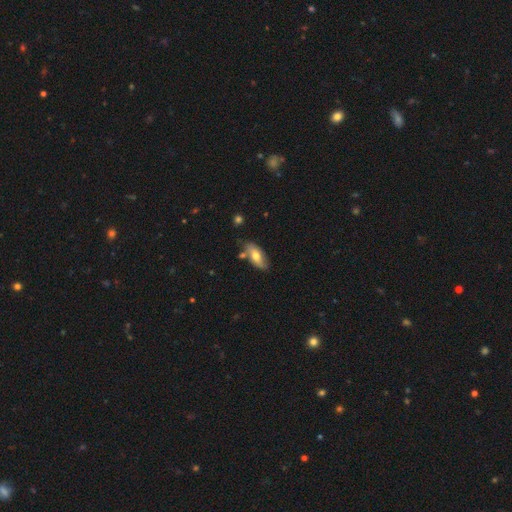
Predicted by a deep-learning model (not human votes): smooth_or_featured: smooth (p=0.62) [alt: featured or disk p=0.32]
how_rounded: in between (p=0.83) [alt: cigar-shaped p=0.14]
merging: none (p=0.73) [alt: minor disturbance p=0.17]